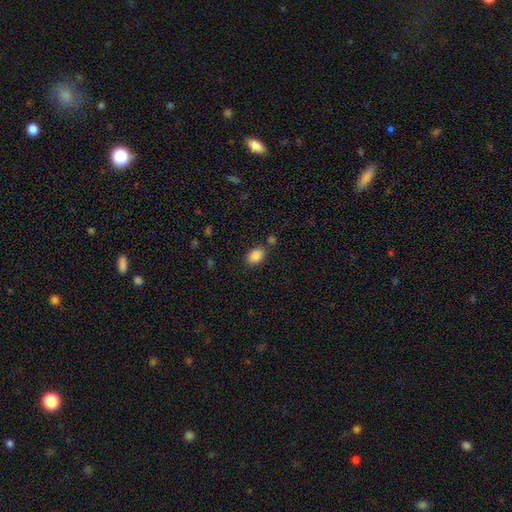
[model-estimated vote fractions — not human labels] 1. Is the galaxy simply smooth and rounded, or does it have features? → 87% smooth, 8% star or artifact, 5% featured or disk.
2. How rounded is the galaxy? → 87% in between, 12% round, 1% cigar-shaped.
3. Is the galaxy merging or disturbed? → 79% none, 11% minor disturbance, 7% merger, 3% major disturbance.